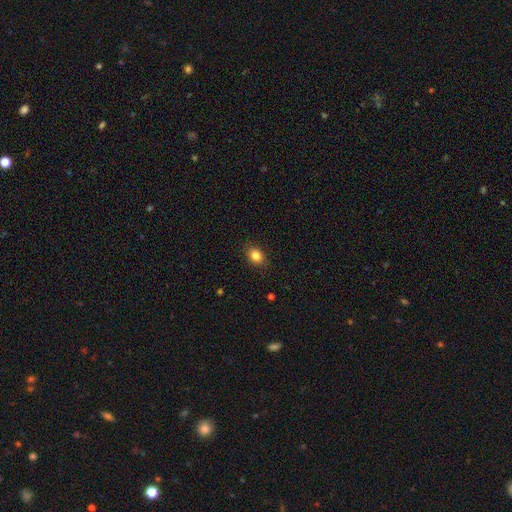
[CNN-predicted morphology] Smooth or featured? smooth (84%)
How rounded? in between (65%)
Merging? none (87%)